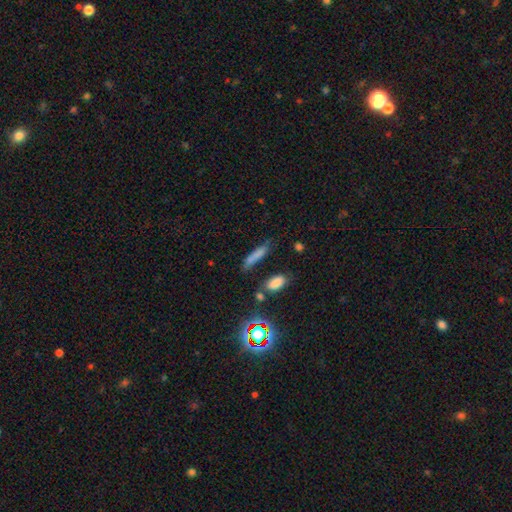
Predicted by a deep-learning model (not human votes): smooth-or-featured: smooth: 74% | star or artifact: 13% | featured or disk: 13%
  how-rounded: cigar-shaped: 73% | in between: 23% | round: 3%
  merging: none: 64% | minor disturbance: 20% | merger: 9% | major disturbance: 7%